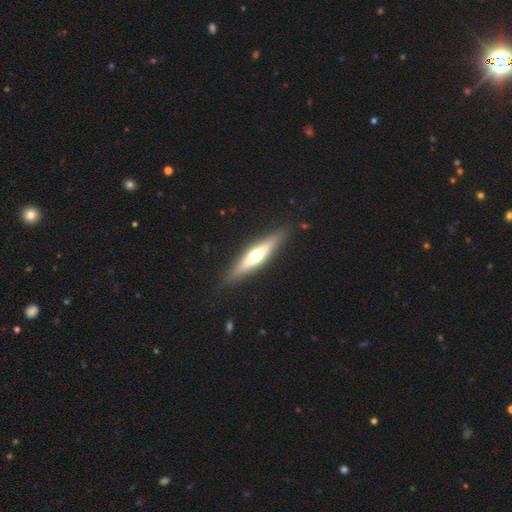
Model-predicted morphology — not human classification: type=featured or disk (56%); edge-on=yes (91%); edge-on bulge=rounded (89%); merging=none (88%).